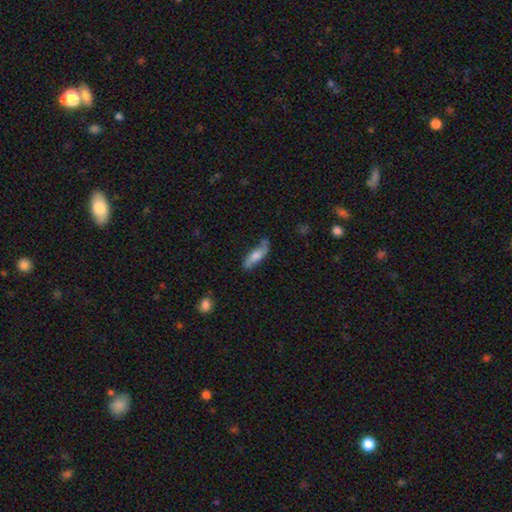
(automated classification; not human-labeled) This is possibly a smooth galaxy (47%). Merging: likely none (69%).